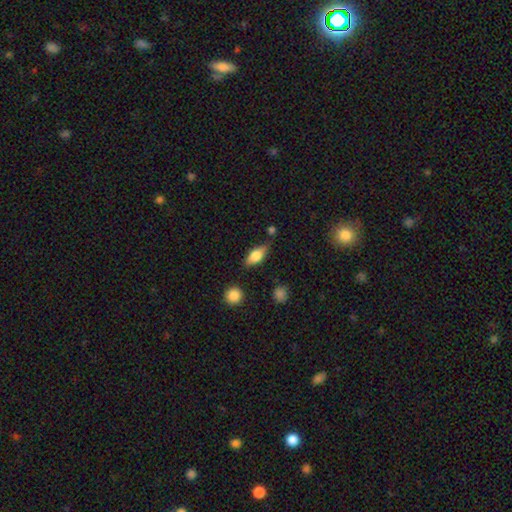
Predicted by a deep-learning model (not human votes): A smooth galaxy with no disk features (68%) that is in between round and cigar-shaped (77%). Merging: none (68%).